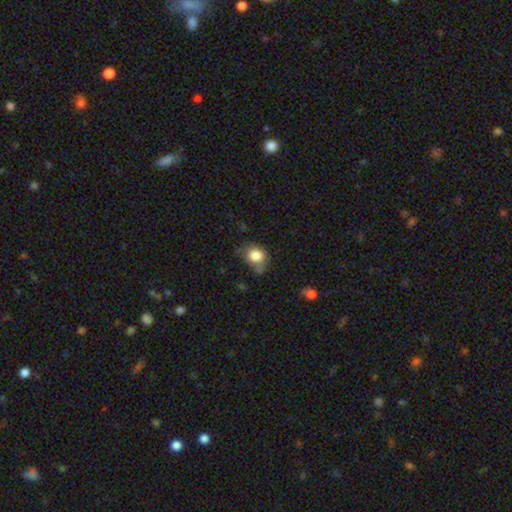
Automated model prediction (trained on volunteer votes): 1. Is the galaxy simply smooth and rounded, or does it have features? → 83% smooth, 9% star or artifact, 8% featured or disk.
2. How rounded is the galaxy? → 58% round, 41% in between, 1% cigar-shaped.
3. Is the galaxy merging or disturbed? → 53% none, 32% minor disturbance, 10% major disturbance, 6% merger.